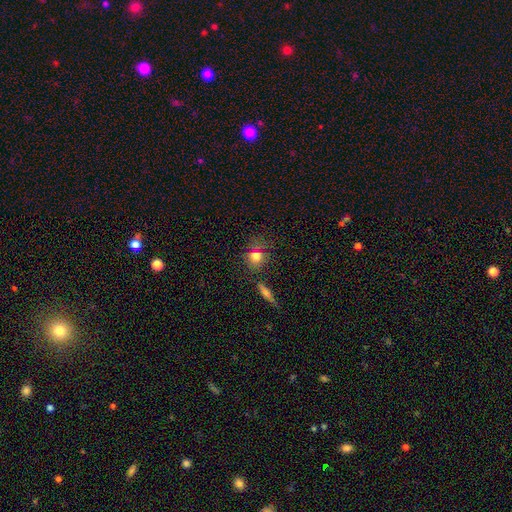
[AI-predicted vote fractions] Smooth or featured? smooth (72%)
How rounded? round (70%)
Merging? none (74%)